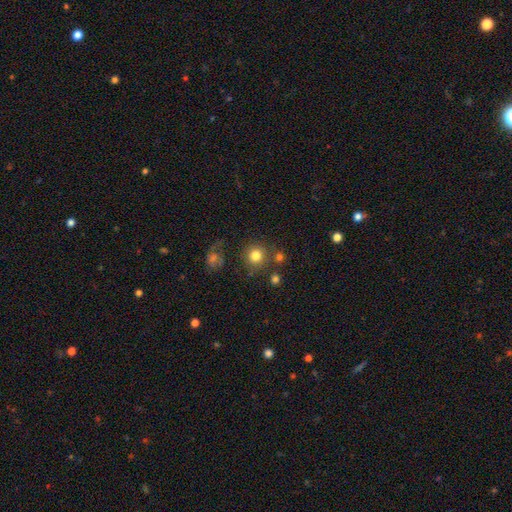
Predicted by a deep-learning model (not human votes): This is clearly a smooth galaxy (81%). How rounded: clearly round (91%). Merging: likely none (75%).